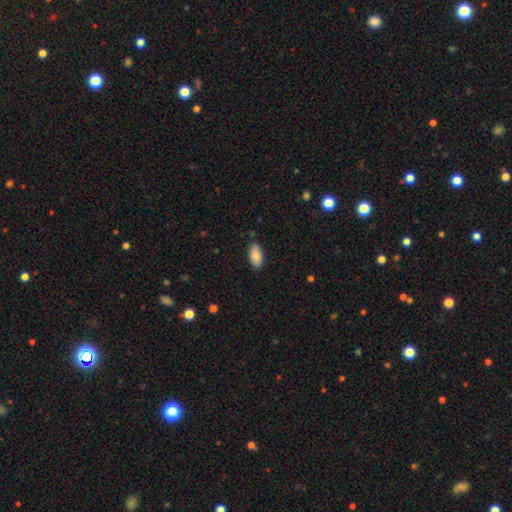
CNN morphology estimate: Smooth or featured? Predicted: smooth (p=0.87). How rounded? Predicted: in between (p=0.90). Merging? Predicted: none (p=0.86).